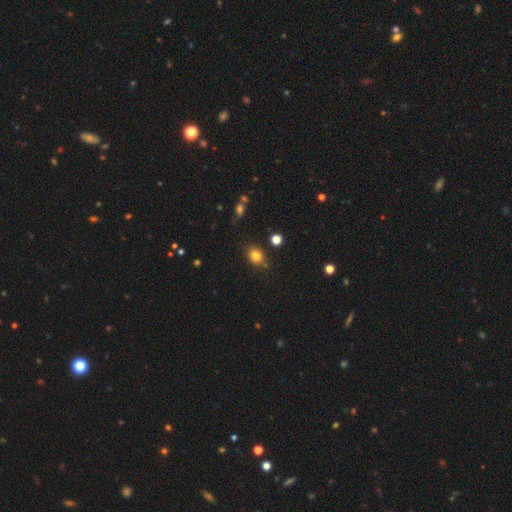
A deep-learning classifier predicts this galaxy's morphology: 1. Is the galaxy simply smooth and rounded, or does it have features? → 80% smooth, 13% star or artifact, 7% featured or disk.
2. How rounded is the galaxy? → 51% round, 48% in between, 1% cigar-shaped.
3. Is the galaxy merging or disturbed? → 80% none, 13% minor disturbance, 4% merger, 3% major disturbance.